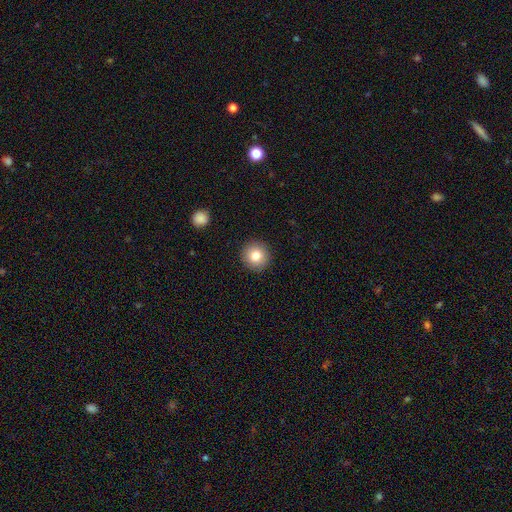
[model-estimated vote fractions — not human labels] A smooth galaxy with no disk features (81%) that is round (94%). Merging: none (92%).